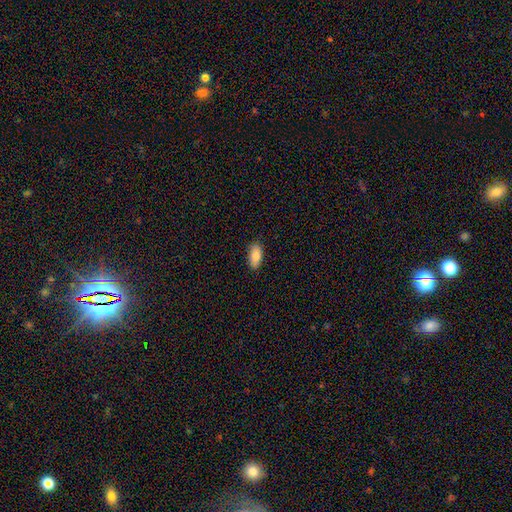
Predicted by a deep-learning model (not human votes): smooth 85%, featured or disk 8%, star or artifact 7%. Down the decision tree: how rounded — in between (91%); merging — none (88%).